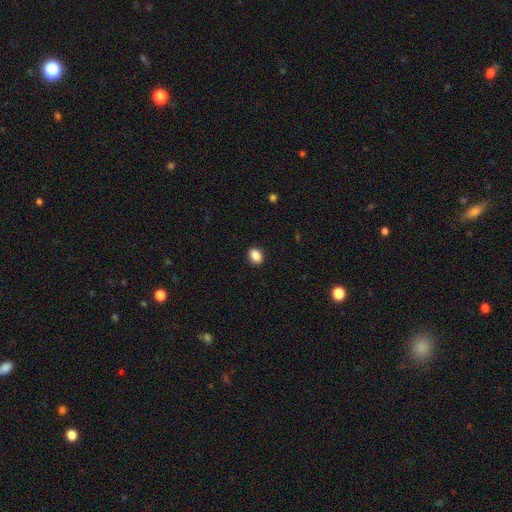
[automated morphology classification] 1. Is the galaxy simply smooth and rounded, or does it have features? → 88% smooth, 9% star or artifact, 4% featured or disk.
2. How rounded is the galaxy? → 67% in between, 32% round, 1% cigar-shaped.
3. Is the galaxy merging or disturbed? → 90% none, 7% minor disturbance, 2% major disturbance, 1% merger.